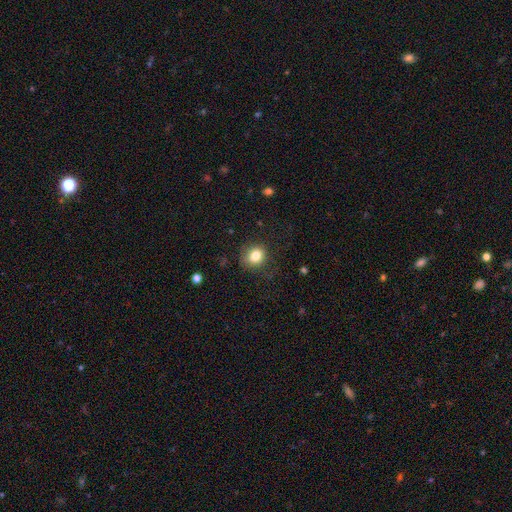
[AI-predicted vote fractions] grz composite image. It shows a smooth galaxy with no disk features (82%) that is round (73%). Merging: none (78%).